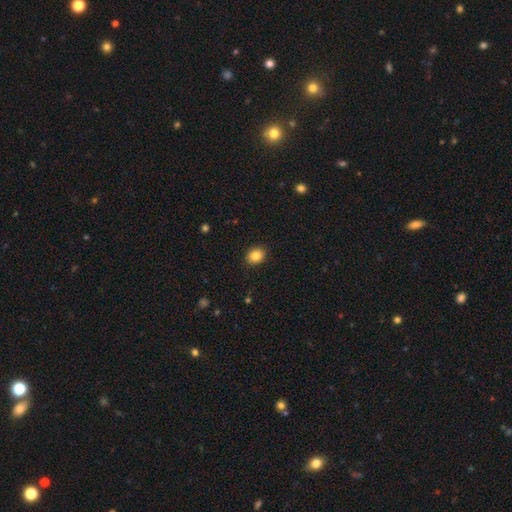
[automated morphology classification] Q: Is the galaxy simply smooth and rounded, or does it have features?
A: smooth — 85%.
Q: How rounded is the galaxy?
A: round — 57%.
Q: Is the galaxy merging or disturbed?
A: none — 90%.